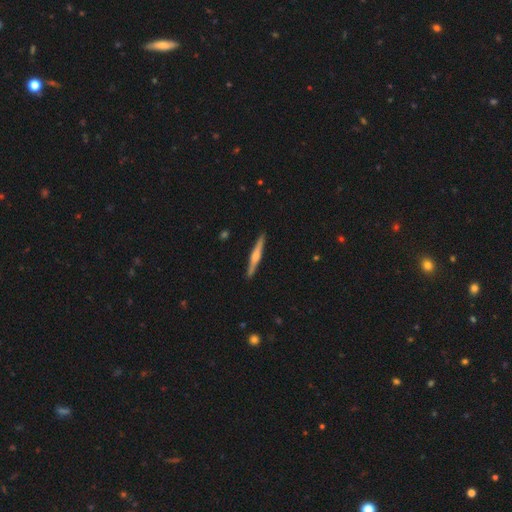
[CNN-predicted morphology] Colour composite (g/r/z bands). It shows a featured or disk galaxy (67%) viewed edge-on (98%) with a rounded central bulge (71%). Merging: none (92%).